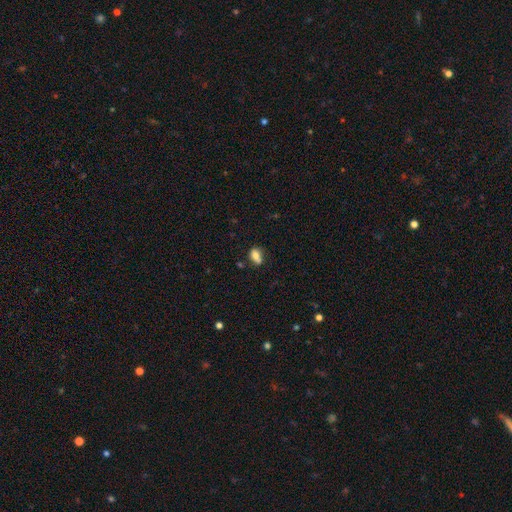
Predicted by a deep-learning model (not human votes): Morphology: type=smooth (74%); roundness=in between (73%); merging=none (48%).